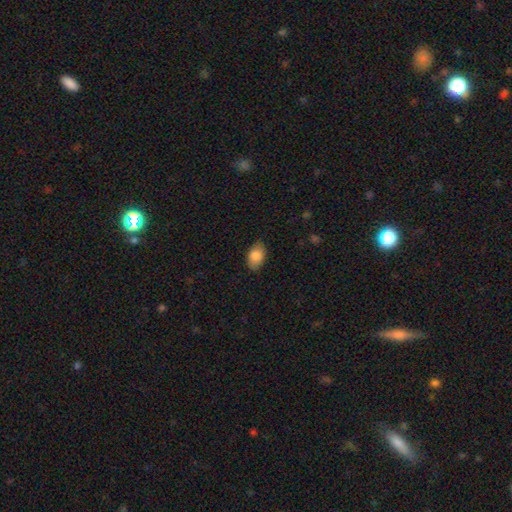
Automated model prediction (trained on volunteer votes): The model was most divided on "merging": none: 83%, minor disturbance: 13%, major disturbance: 3%, merger: 1%. More confident: how rounded — in between (90%); smooth or featured — smooth (85%).